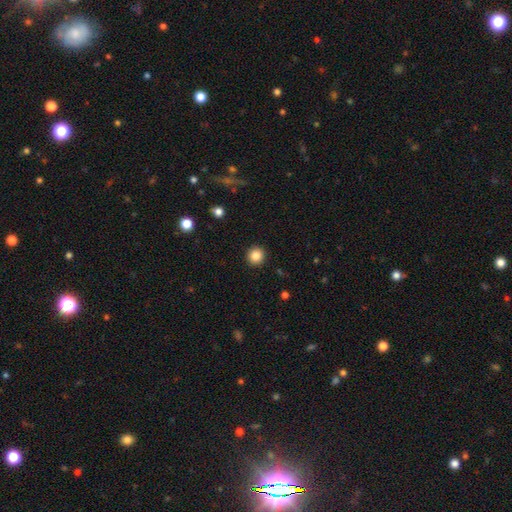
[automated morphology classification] Smooth or featured?
  - smooth: 85% *
  - star or artifact: 10%
  - featured or disk: 4%
How rounded?
  - round: 93% *
  - in between: 6%
  - cigar-shaped: 1%
Merging?
  - none: 92% *
  - minor disturbance: 5%
  - major disturbance: 2%
  - merger: 1%